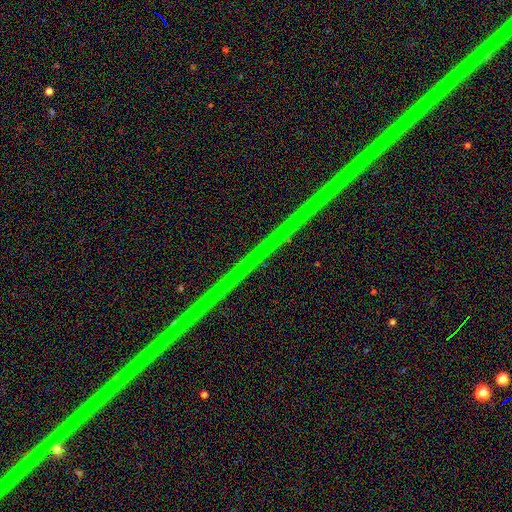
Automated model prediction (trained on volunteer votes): Smooth or featured? star or artifact (89%)